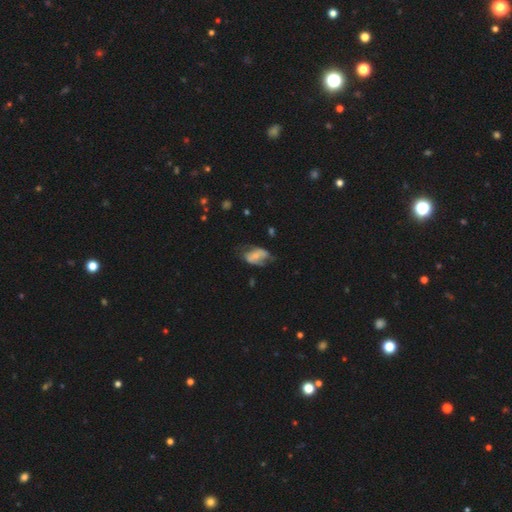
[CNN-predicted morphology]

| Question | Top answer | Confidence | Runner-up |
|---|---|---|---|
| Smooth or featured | featured or disk | 50% | smooth (42%) |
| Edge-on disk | no | 94% | yes (6%) |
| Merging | none | 42% | minor disturbance (31%) |